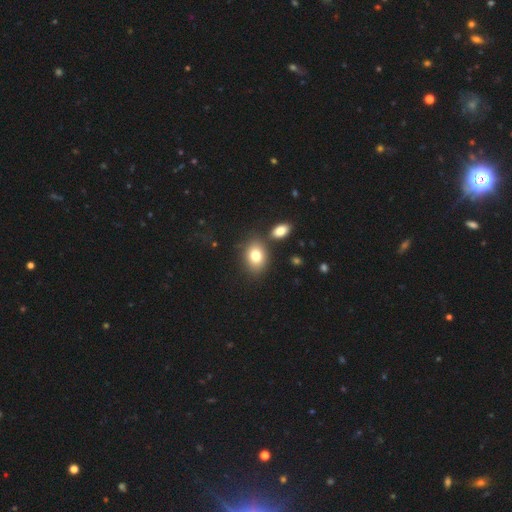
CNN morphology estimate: Overall: smooth (80%). How rounded: in between (75%). Merging: none (71%).